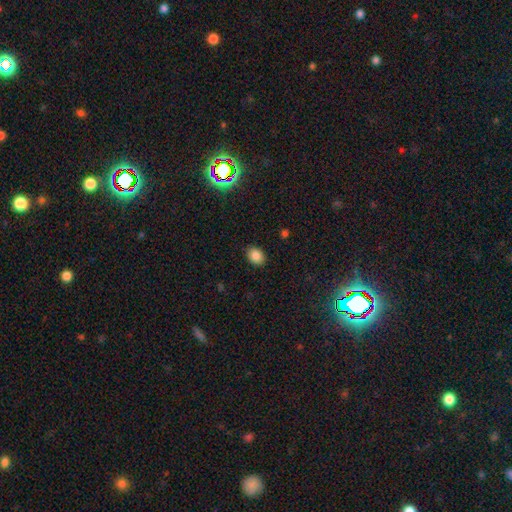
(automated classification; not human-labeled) Morphology: type=smooth (86%); roundness=in between (66%); merging=none (89%).